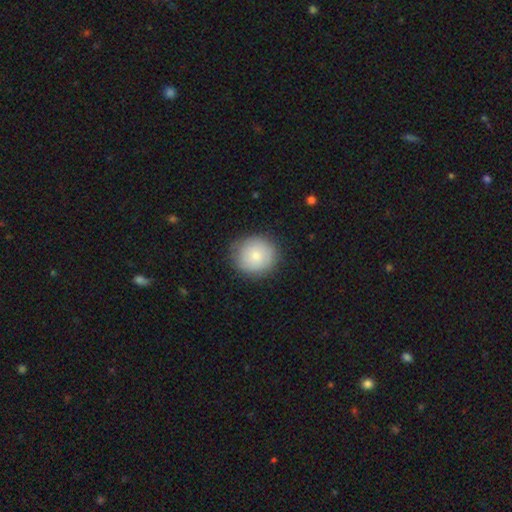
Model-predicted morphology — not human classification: Smooth or featured? Predicted: smooth (p=0.79). How rounded? Predicted: round (p=0.91). Merging? Predicted: none (p=0.84).